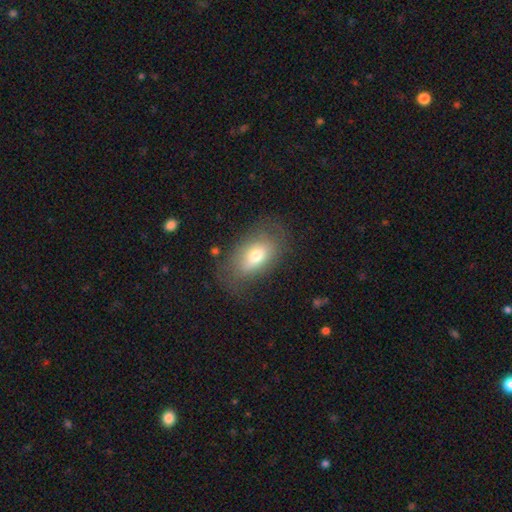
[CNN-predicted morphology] Smooth or featured? smooth (68%)
How rounded? in between (88%)
Merging? none (67%)